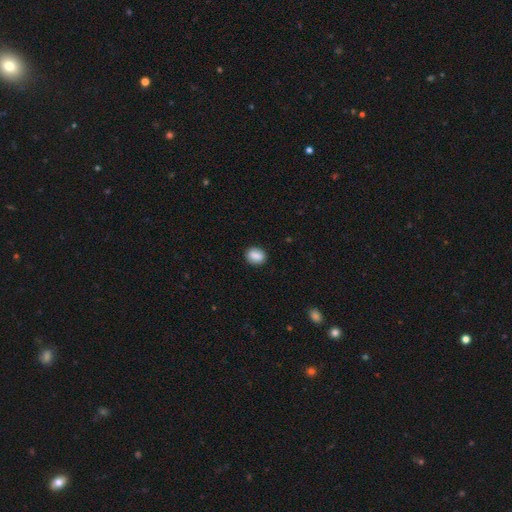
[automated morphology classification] type=smooth (86%); roundness=in between (57%); merging=none (87%).